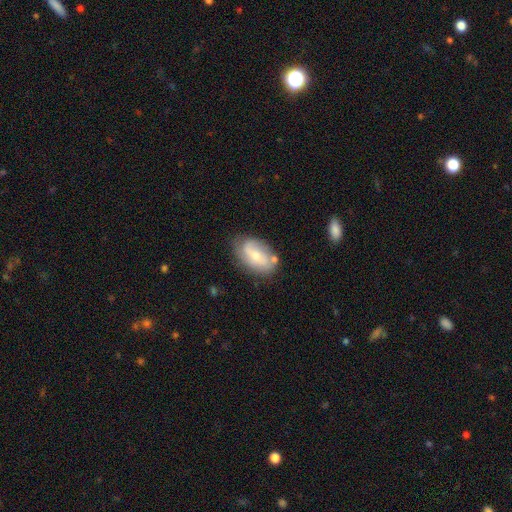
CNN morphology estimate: featured or disk 50%, smooth 43%, star or artifact 7%. Down the decision tree: edge-on disk — no (93%); merging — none (64%).